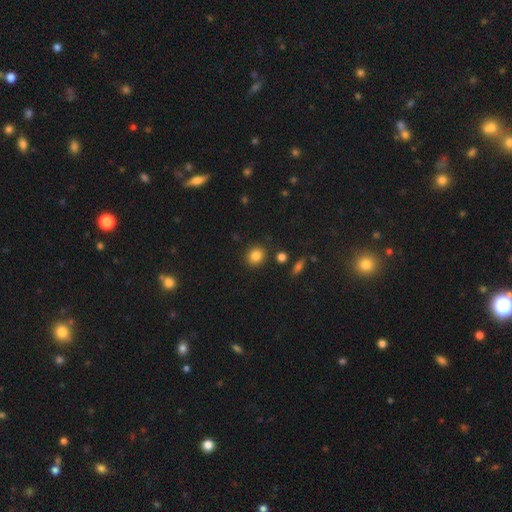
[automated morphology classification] Q: Smooth or featured?
A: smooth (84%); runner-up: star or artifact (10%)
Q: How rounded?
A: round (76%); runner-up: in between (23%)
Q: Merging?
A: none (86%); runner-up: minor disturbance (8%)